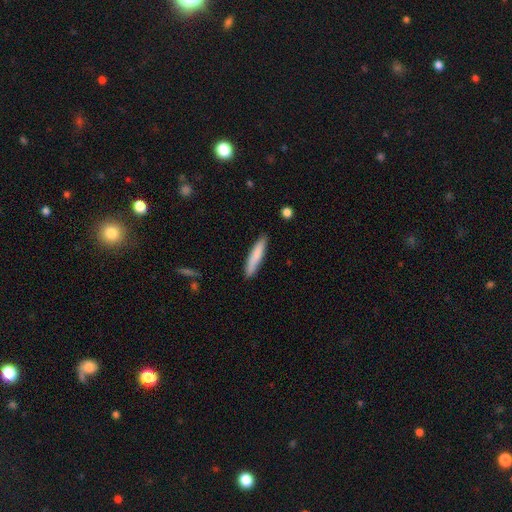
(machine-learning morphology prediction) This is clearly a smooth galaxy (80%). How rounded: clearly cigar-shaped (89%). Merging: clearly none (87%).